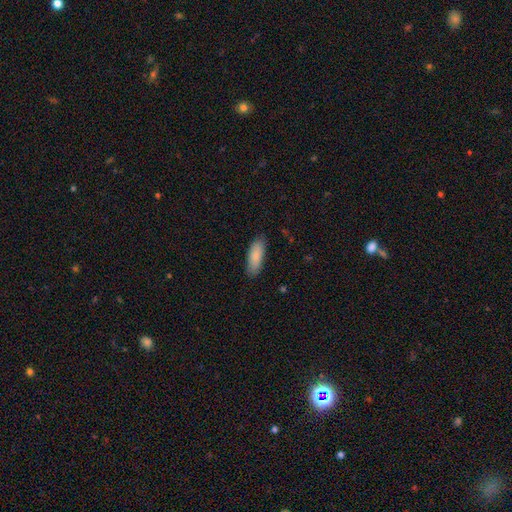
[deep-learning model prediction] Smooth or featured?
  - smooth: 87% *
  - featured or disk: 8%
  - star or artifact: 6%
How rounded?
  - in between: 67% *
  - cigar-shaped: 32%
  - round: 2%
Merging?
  - none: 85% *
  - minor disturbance: 12%
  - major disturbance: 2%
  - merger: 1%